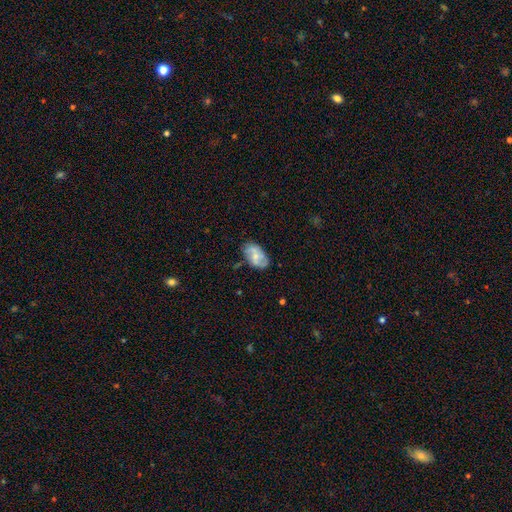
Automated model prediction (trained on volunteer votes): This is possibly a featured or disk galaxy (52%). It is clearly not viewed edge-on (96%). Merging: likely none (65%).